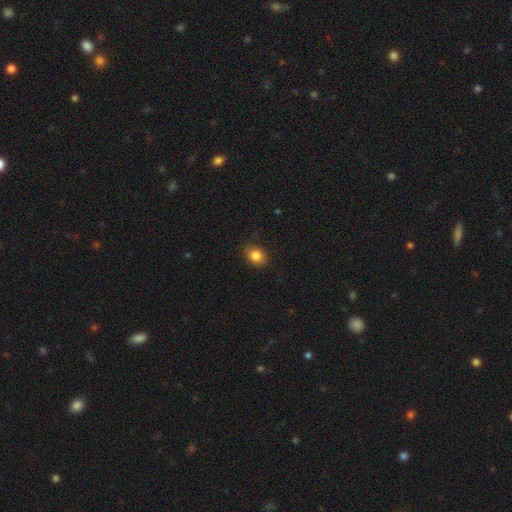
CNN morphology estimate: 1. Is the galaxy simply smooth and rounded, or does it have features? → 85% smooth, 10% star or artifact, 5% featured or disk.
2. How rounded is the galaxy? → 50% in between, 49% round, 1% cigar-shaped.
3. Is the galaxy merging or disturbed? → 84% none, 12% minor disturbance, 3% major disturbance, 1% merger.